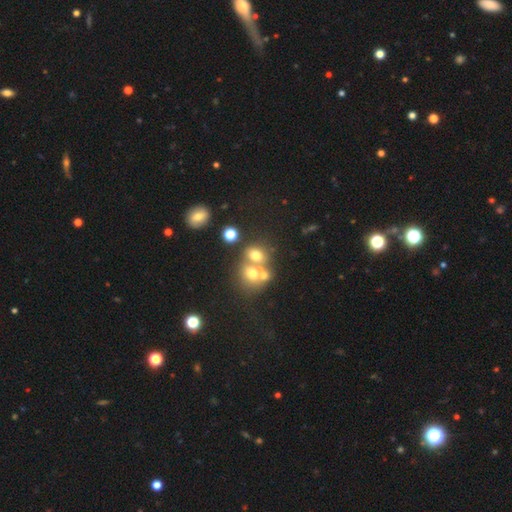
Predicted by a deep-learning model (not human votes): smooth-or-featured: smooth: 63% | featured or disk: 19% | star or artifact: 18%
  how-rounded: round: 66% | in between: 33% | cigar-shaped: 1%
  merging: merger: 46% | none: 40% | minor disturbance: 9% | major disturbance: 6%